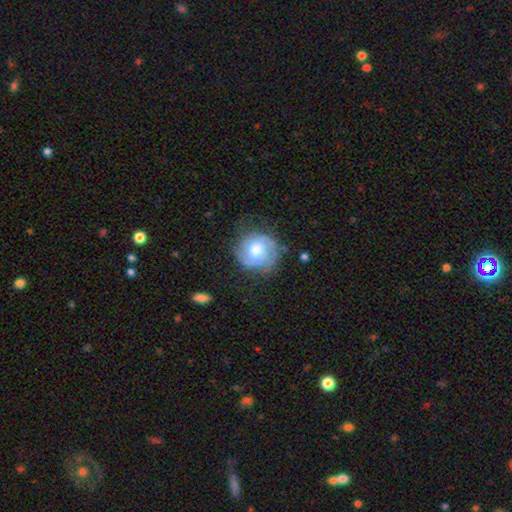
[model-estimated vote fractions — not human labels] Smooth or featured: featured or disk — 58% (smooth — 35%)
Edge-on disk: no — 98% (yes — 2%)
Bar: no — 62% (weak — 32%)
Spiral arms: yes — 84% (no — 16%)
Bulge size: moderate — 55% (small — 21%)
Merging: none — 63% (minor disturbance — 23%)